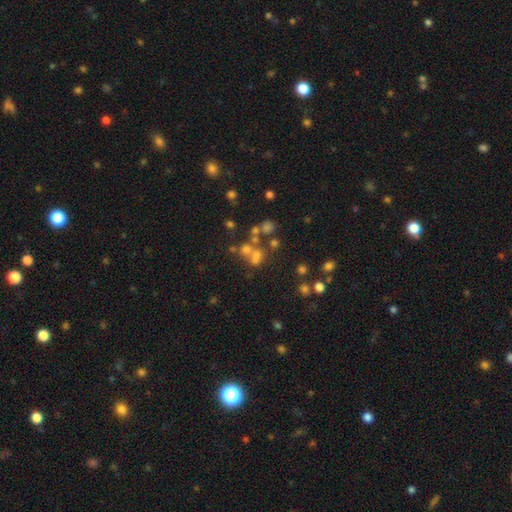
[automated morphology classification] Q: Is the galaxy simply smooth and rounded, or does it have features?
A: smooth — 43%.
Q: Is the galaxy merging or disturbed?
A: merger — 42%.